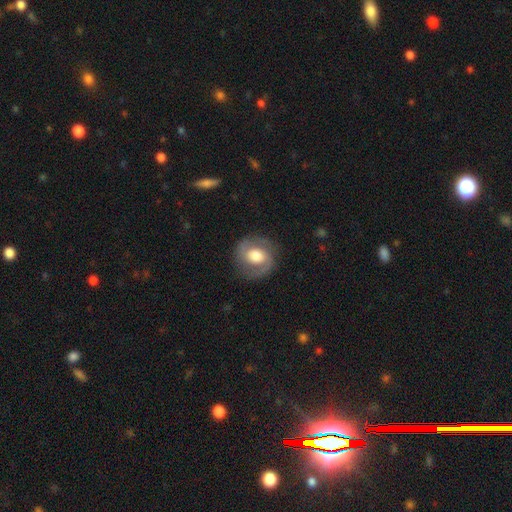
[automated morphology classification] Smooth or featured? Predicted: featured or disk (p=0.68). Edge-on disk? Predicted: no (p=0.97). Bar? Predicted: no (p=0.55). Spiral arms? Predicted: yes (p=0.86). Spiral winding? Predicted: medium (p=0.49). Spiral arm count? Predicted: 2 (p=0.87). Bulge size? Predicted: moderate (p=0.47). Merging? Predicted: none (p=0.80).